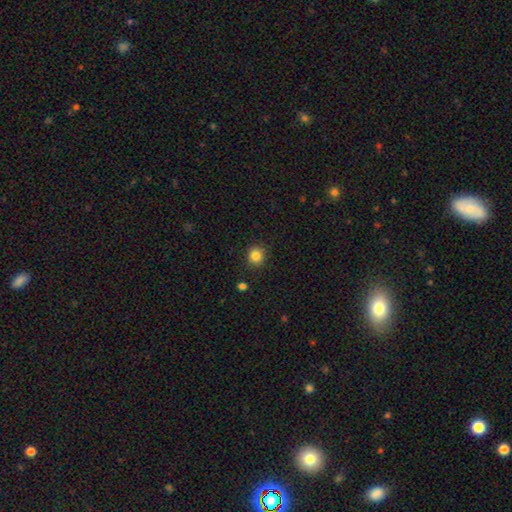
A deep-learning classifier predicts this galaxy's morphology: Q: Smooth or featured?
A: smooth (84%); runner-up: star or artifact (11%)
Q: How rounded?
A: round (88%); runner-up: in between (11%)
Q: Merging?
A: none (89%); runner-up: minor disturbance (7%)